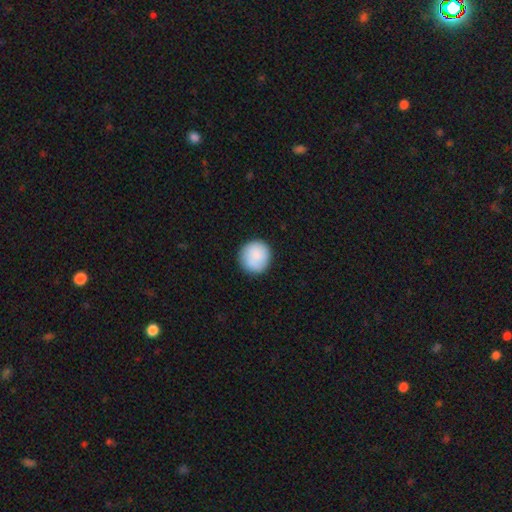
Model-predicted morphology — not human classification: Smooth or featured? smooth (87%)
How rounded? round (93%)
Merging? none (86%)